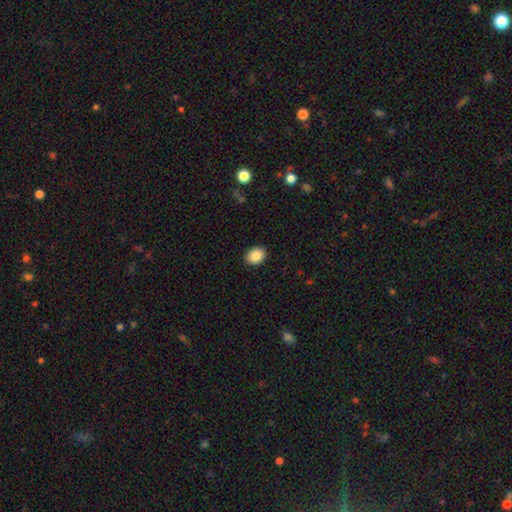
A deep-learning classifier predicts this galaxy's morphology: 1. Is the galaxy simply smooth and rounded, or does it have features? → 86% smooth, 8% star or artifact, 6% featured or disk.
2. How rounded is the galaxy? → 58% in between, 41% round, 1% cigar-shaped.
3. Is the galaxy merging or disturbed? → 91% none, 7% minor disturbance, 2% major disturbance, 1% merger.